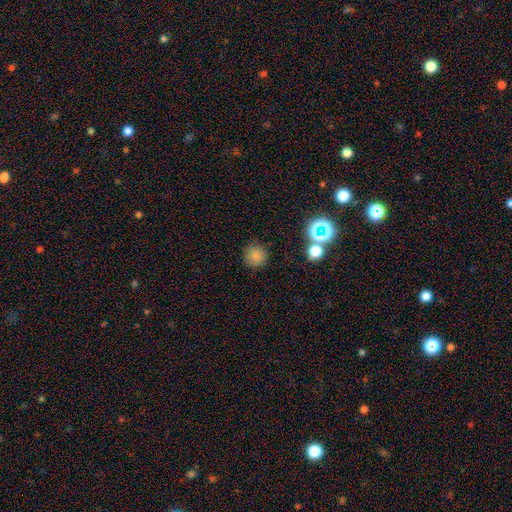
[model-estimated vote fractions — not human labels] Smooth or featured? smooth (79%)
How rounded? round (94%)
Merging? none (87%)